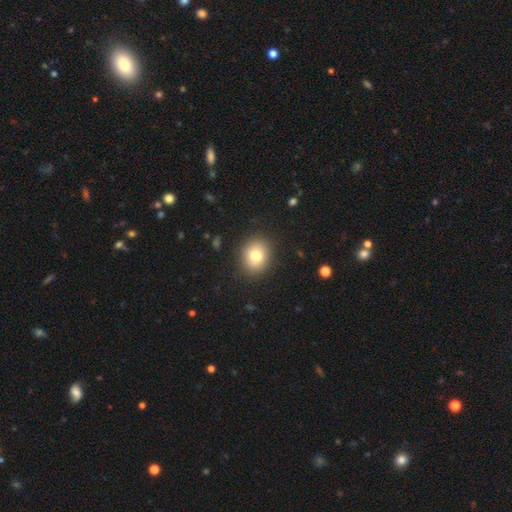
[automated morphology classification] smooth 78%, featured or disk 12%, star or artifact 10%. Down the decision tree: how rounded — round (64%); merging — none (88%).